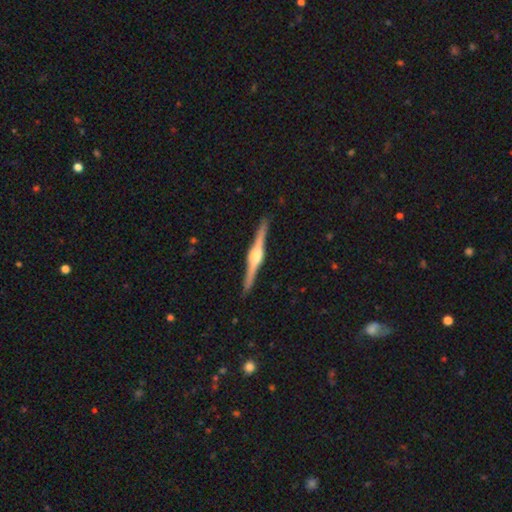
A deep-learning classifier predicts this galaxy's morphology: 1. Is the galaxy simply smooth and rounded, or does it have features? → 86% featured or disk, 9% smooth, 5% star or artifact.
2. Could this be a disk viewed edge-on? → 99% yes, 1% no.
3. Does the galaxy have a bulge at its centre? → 89% rounded, 9% boxy, 2% none.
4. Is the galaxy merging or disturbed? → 91% none, 6% minor disturbance, 1% major disturbance, 1% merger.